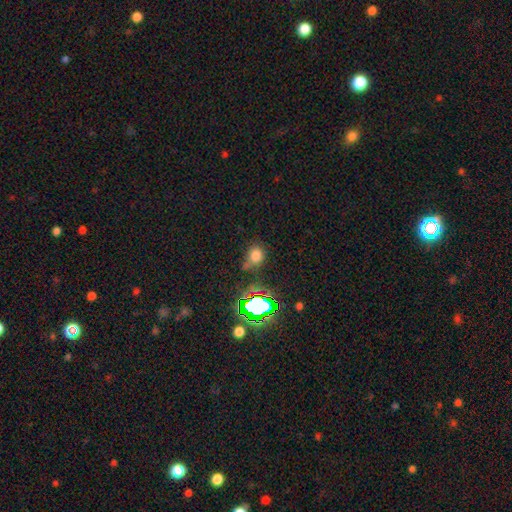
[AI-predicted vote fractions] Smooth or featured? Predicted: smooth (p=0.70). How rounded? Predicted: round (p=0.67). Merging? Predicted: none (p=0.56).